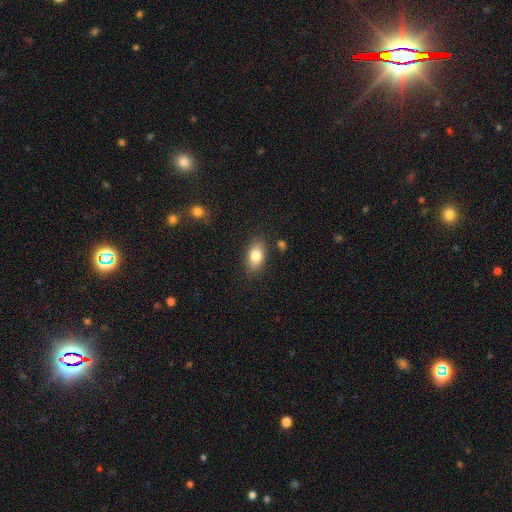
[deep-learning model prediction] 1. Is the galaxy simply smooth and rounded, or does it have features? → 82% smooth, 10% featured or disk, 8% star or artifact.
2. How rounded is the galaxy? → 89% in between, 8% round, 3% cigar-shaped.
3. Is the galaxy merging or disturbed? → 84% none, 11% minor disturbance, 3% major disturbance, 2% merger.